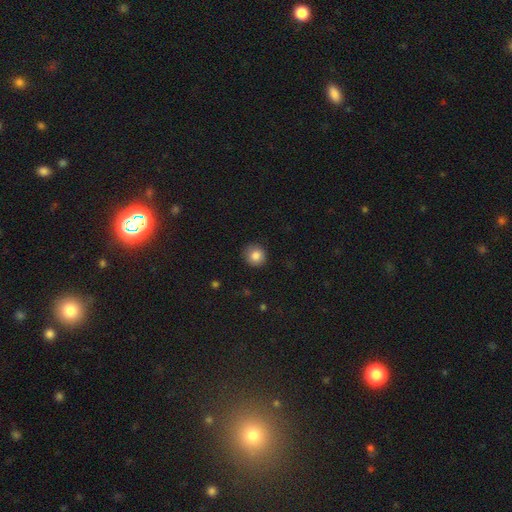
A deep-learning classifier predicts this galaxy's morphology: type=smooth (84%); roundness=round (92%); merging=none (88%).